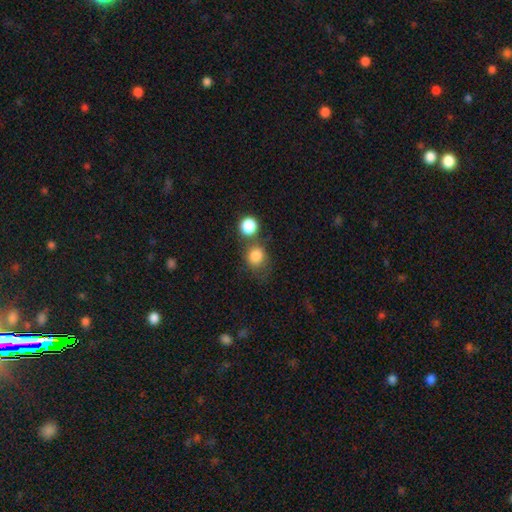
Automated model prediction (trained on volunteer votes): This appears to be a smooth galaxy with no disk features (82%) that is round (77%). Merging: none (47%).